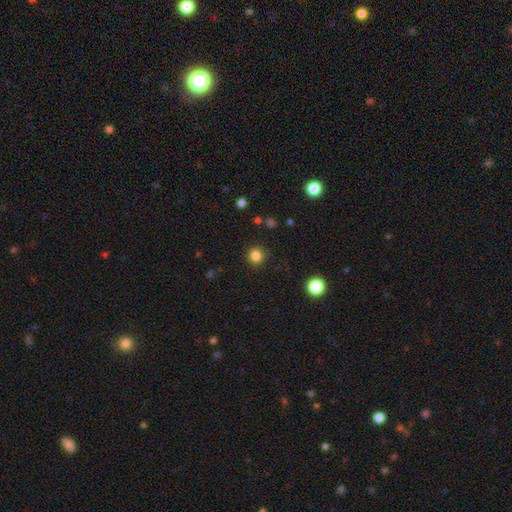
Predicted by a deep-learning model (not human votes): Smooth or featured? Predicted: smooth (p=0.84). How rounded? Predicted: round (p=0.92). Merging? Predicted: none (p=0.89).